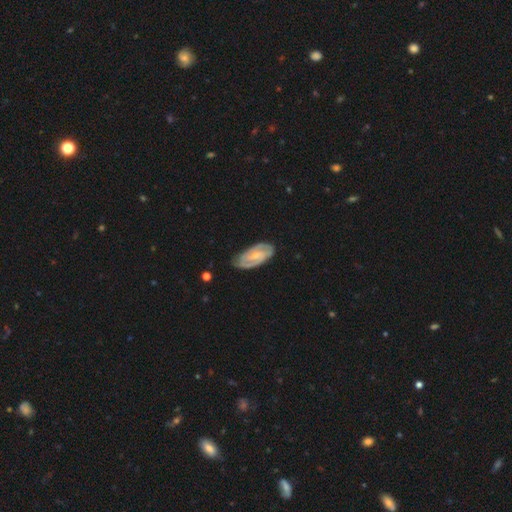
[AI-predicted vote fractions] The model was most divided on "bar": weak: 47%, no: 37%, strong: 16%. More confident: edge-on disk — no (96%); spiral arms — yes (95%); smooth or featured — featured or disk (81%); merging — none (78%); spiral arm count — 2 (77%); bulge size — small (64%); spiral winding — tight (54%).